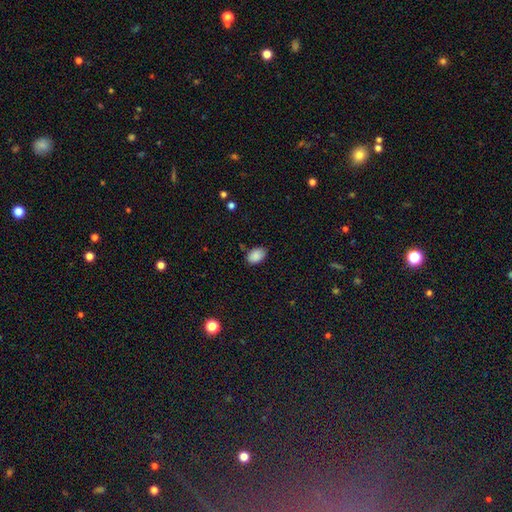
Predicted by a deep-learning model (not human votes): Smooth or featured? smooth (88%)
How rounded? in between (88%)
Merging? none (81%)